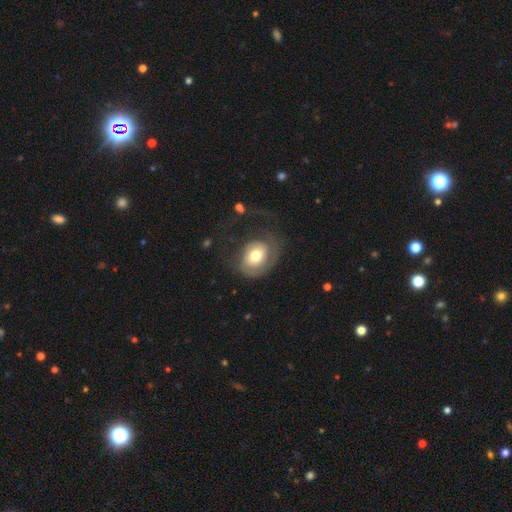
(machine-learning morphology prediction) The model was most divided on "smooth or featured": smooth: 49%, featured or disk: 44%, star or artifact: 7%. Remaining: merging — none (44%).